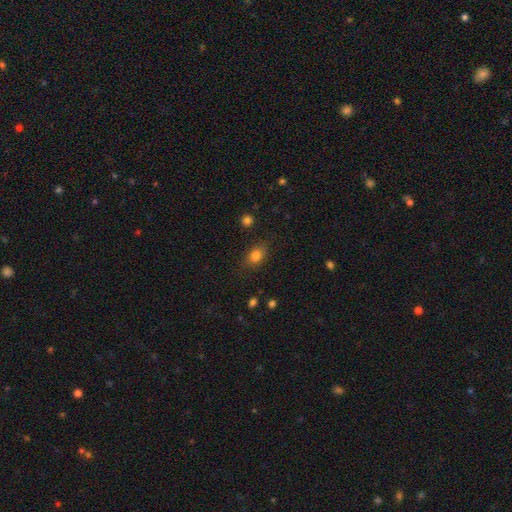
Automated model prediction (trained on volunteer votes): Smooth or featured?
  - smooth: 82% *
  - star or artifact: 10%
  - featured or disk: 7%
How rounded?
  - in between: 69% *
  - round: 28%
  - cigar-shaped: 2%
Merging?
  - none: 79% *
  - minor disturbance: 15%
  - major disturbance: 4%
  - merger: 2%